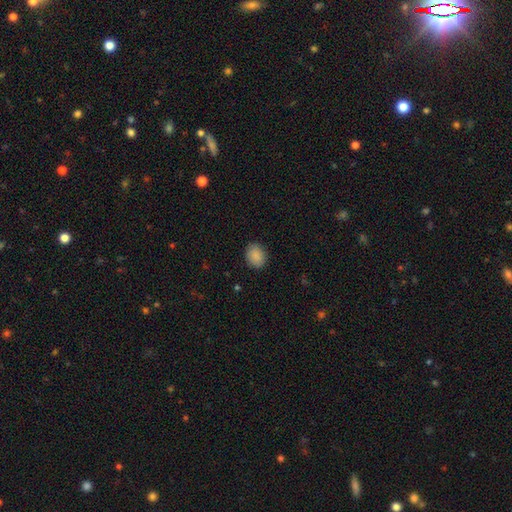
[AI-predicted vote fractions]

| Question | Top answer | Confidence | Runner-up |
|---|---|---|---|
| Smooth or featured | smooth | 89% | star or artifact (8%) |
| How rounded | in between | 51% | round (49%) |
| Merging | none | 88% | minor disturbance (9%) |